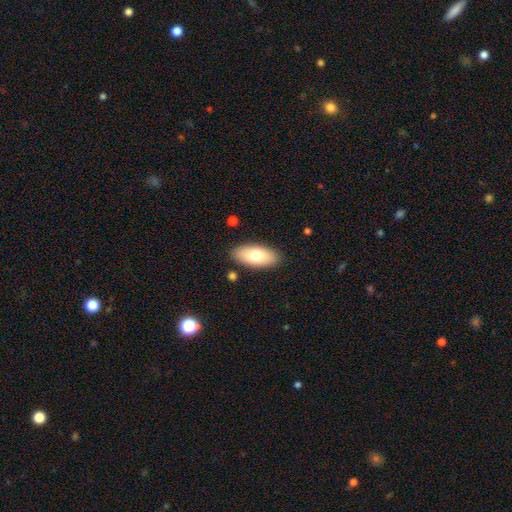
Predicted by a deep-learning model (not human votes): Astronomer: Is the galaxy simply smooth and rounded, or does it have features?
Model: smooth — 74%.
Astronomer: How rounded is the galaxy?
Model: in between — 90%.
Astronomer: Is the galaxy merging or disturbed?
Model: none — 87%.